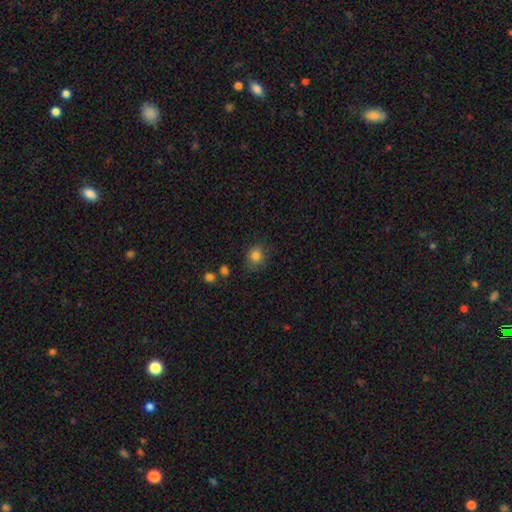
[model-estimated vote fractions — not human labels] Smooth or featured: smooth — 82% (star or artifact — 12%)
How rounded: round — 72% (in between — 27%)
Merging: none — 79% (minor disturbance — 15%)